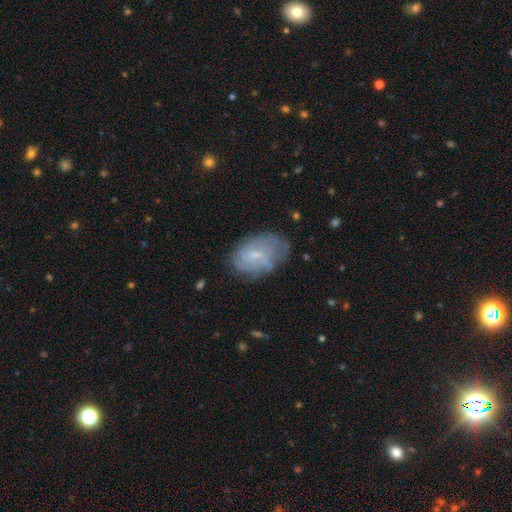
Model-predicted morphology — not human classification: The model was most divided on "bar": weak: 50%, no: 42%, strong: 8%. More confident: edge-on disk — no (96%); spiral arms — yes (70%); merging — none (59%); bulge size — small (57%); smooth or featured — featured or disk (55%).